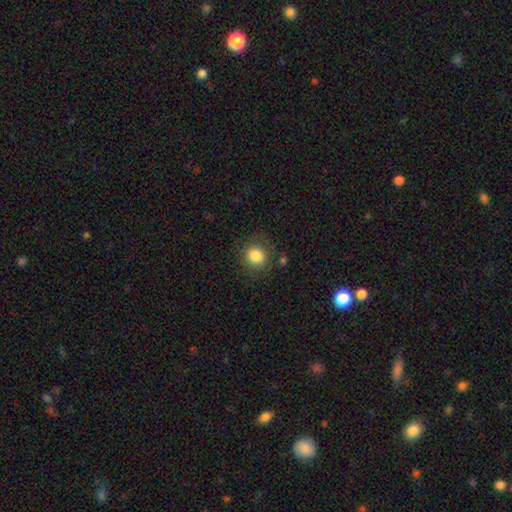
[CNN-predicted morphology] A smooth galaxy with no disk features (84%) that is round (84%).

Vote fractions:
- Smooth or featured? smooth: 84% / star or artifact: 11% / featured or disk: 5%
- How rounded? round: 84% / in between: 15% / cigar-shaped: 1%
- Merging? none: 84% / minor disturbance: 10% / major disturbance: 4% / merger: 2%